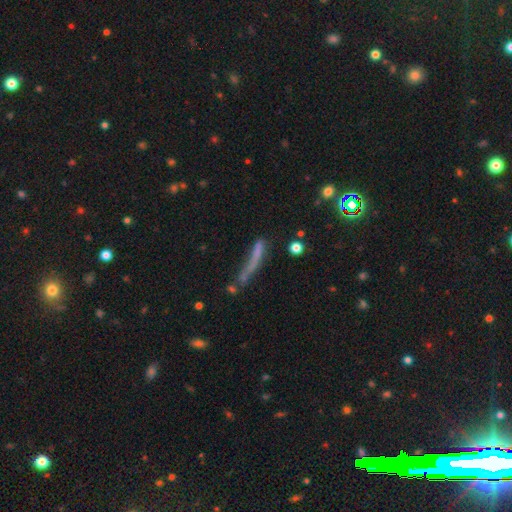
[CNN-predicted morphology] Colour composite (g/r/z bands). It shows a smooth galaxy with no disk features (51%) that is cigar-shaped (88%). Merging: none (43%).